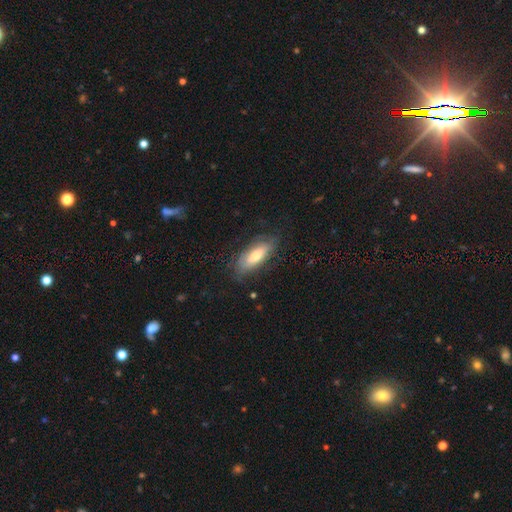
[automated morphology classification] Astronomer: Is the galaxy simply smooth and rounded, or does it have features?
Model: smooth — 53% (runner-up: featured or disk, 40%).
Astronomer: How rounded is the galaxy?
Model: in between — 75%.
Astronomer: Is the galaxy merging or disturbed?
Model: none — 74%.